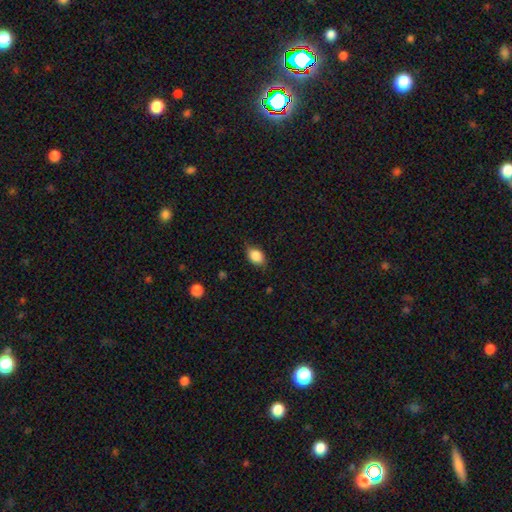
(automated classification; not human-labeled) Q: Smooth or featured?
A: smooth (84%); runner-up: star or artifact (8%)
Q: How rounded?
A: in between (74%); runner-up: round (25%)
Q: Merging?
A: none (73%); runner-up: minor disturbance (22%)